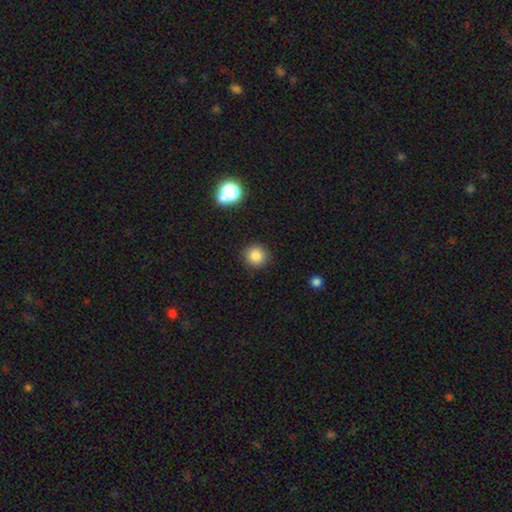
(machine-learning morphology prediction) Smooth or featured? smooth (84%)
How rounded? round (93%)
Merging? none (89%)